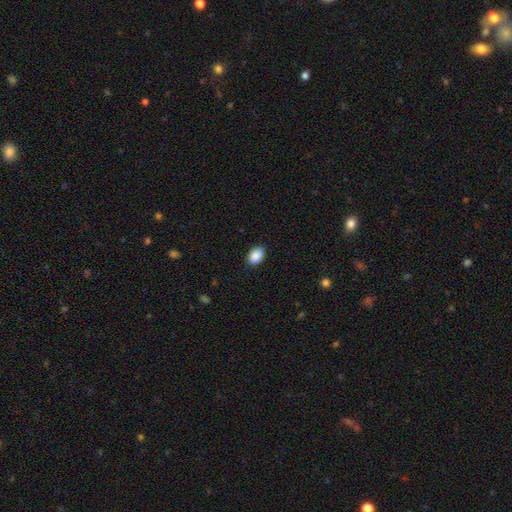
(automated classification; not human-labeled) Smooth or featured: smooth — 89% (star or artifact — 8%)
How rounded: in between — 75% (round — 24%)
Merging: none — 85% (minor disturbance — 12%)